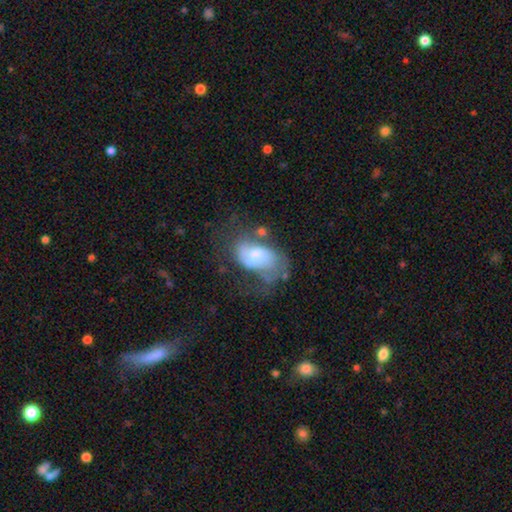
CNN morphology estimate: Smooth or featured? Predicted: featured or disk (p=0.53). Edge-on disk? Predicted: no (p=0.96). Bar? Predicted: no (p=0.75). Spiral arms? Predicted: no (p=0.53). Bulge size? Predicted: moderate (p=0.47). Merging? Predicted: major disturbance (p=0.36).